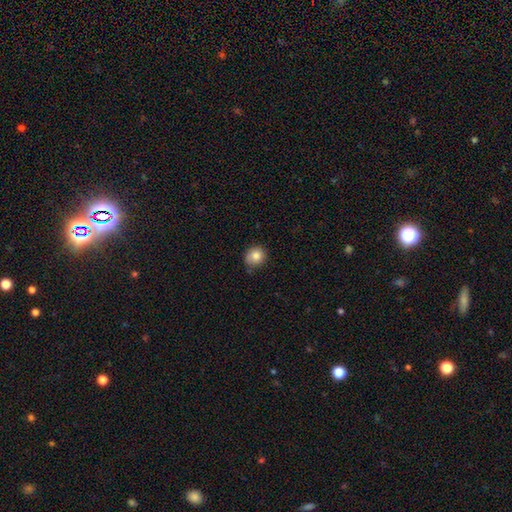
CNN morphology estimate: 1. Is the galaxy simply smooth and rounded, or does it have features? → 83% smooth, 10% star or artifact, 7% featured or disk.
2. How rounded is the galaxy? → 83% round, 16% in between, 1% cigar-shaped.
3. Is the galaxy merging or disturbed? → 69% none, 24% minor disturbance, 4% major disturbance, 3% merger.